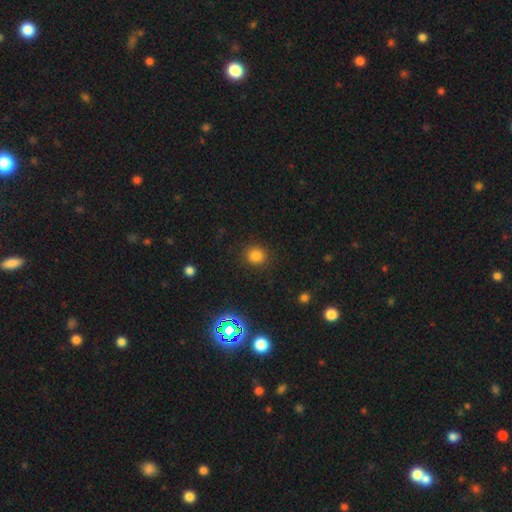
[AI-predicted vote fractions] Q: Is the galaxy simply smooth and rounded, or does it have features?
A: smooth — 79%.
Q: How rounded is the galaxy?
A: round — 83%.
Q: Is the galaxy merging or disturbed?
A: none — 88%.